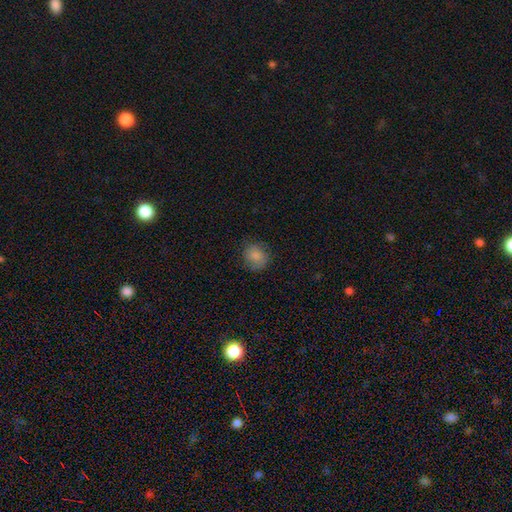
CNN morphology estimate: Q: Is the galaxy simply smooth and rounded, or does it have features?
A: smooth — 84%.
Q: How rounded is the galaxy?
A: round — 81%.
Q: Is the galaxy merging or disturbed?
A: none — 78%.